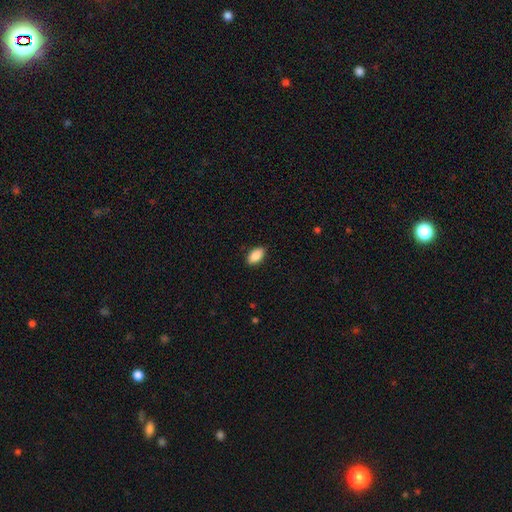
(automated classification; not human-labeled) Q: Smooth or featured?
A: smooth (89%); runner-up: star or artifact (7%)
Q: How rounded?
A: in between (93%); runner-up: round (4%)
Q: Merging?
A: none (88%); runner-up: minor disturbance (9%)